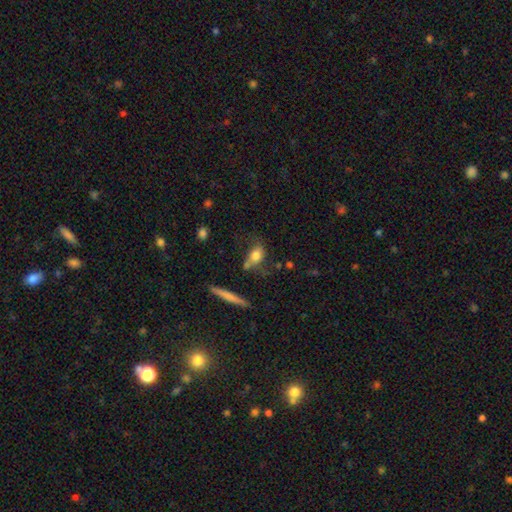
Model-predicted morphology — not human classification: Smooth or featured?
  - smooth: 69% *
  - featured or disk: 21%
  - star or artifact: 10%
How rounded?
  - in between: 69% *
  - round: 18%
  - cigar-shaped: 13%
Merging?
  - none: 44% *
  - minor disturbance: 25%
  - major disturbance: 17%
  - merger: 14%